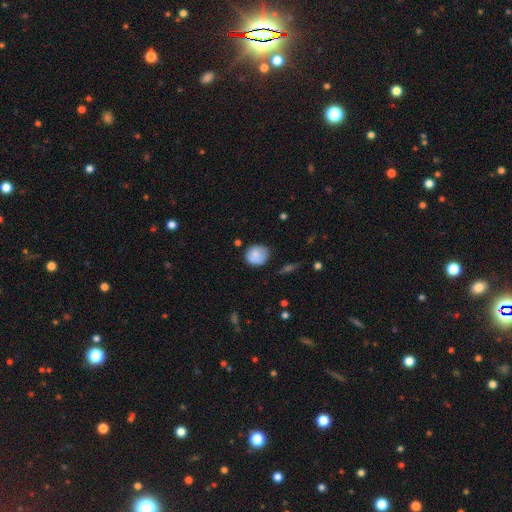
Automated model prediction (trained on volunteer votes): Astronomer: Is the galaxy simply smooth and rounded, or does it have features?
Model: smooth — 79%.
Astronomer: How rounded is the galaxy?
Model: round — 82%.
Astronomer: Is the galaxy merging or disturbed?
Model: none — 67%.